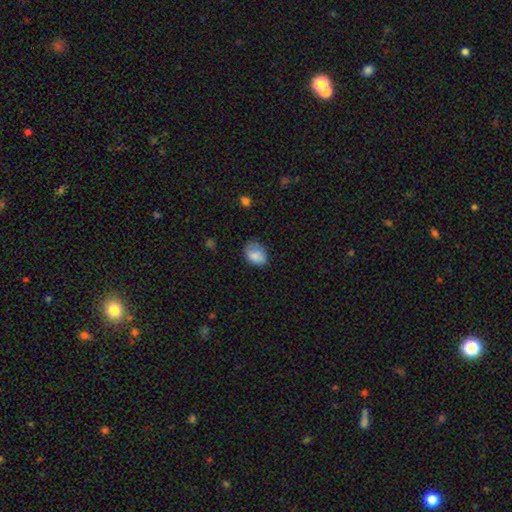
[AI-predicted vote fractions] Smooth or featured: smooth — 82% (featured or disk — 10%)
How rounded: in between — 70% (round — 29%)
Merging: none — 60% (minor disturbance — 30%)